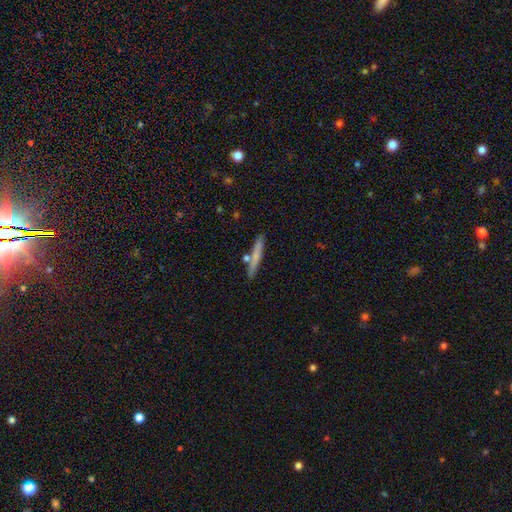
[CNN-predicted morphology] Smooth or featured: smooth — 64% (featured or disk — 30%)
How rounded: cigar-shaped — 94% (in between — 4%)
Merging: none — 79% (minor disturbance — 11%)